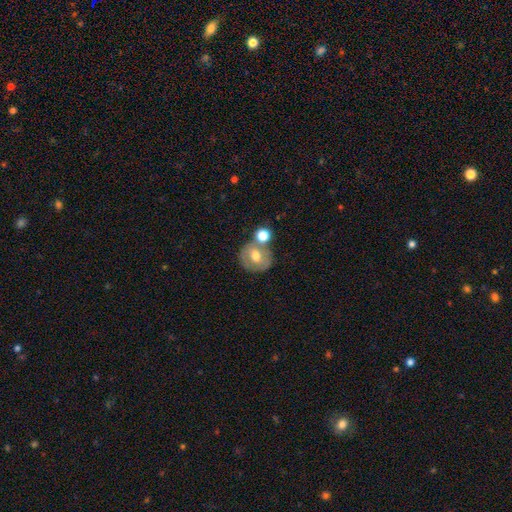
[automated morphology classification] A smooth galaxy with no disk features (54%) that is round (76%).

Vote fractions:
- Smooth or featured? smooth: 54% / featured or disk: 38% / star or artifact: 8%
- How rounded? round: 76% / in between: 23% / cigar-shaped: 1%
- Merging? none: 51% / merger: 30% / minor disturbance: 13% / major disturbance: 5%